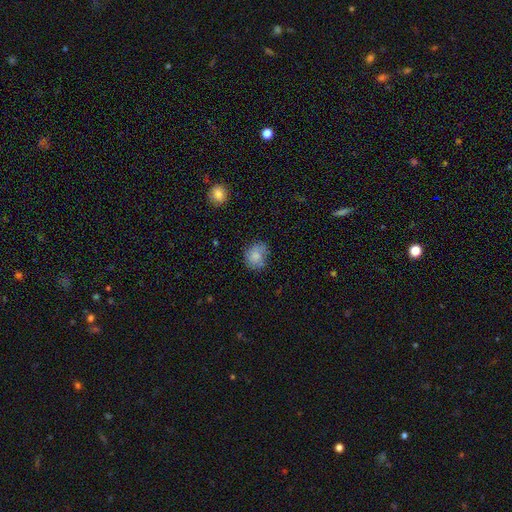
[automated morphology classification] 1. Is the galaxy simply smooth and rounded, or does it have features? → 79% smooth, 11% featured or disk, 10% star or artifact.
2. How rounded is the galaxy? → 62% round, 37% in between, 1% cigar-shaped.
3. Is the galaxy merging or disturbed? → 62% none, 27% minor disturbance, 8% major disturbance, 4% merger.